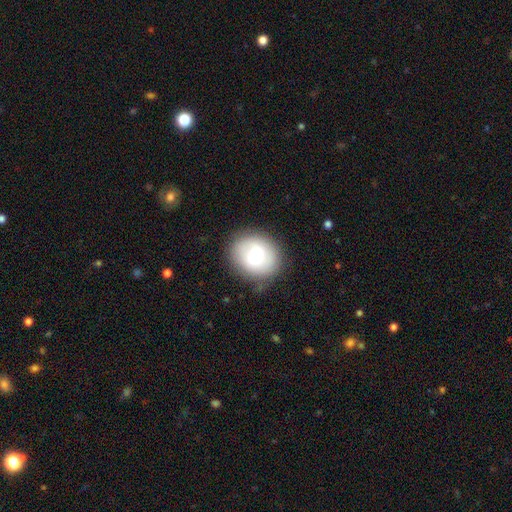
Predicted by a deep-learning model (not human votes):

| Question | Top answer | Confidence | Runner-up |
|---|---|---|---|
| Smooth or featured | smooth | 59% | featured or disk (33%) |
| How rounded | round | 65% | in between (34%) |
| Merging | none | 78% | minor disturbance (15%) |